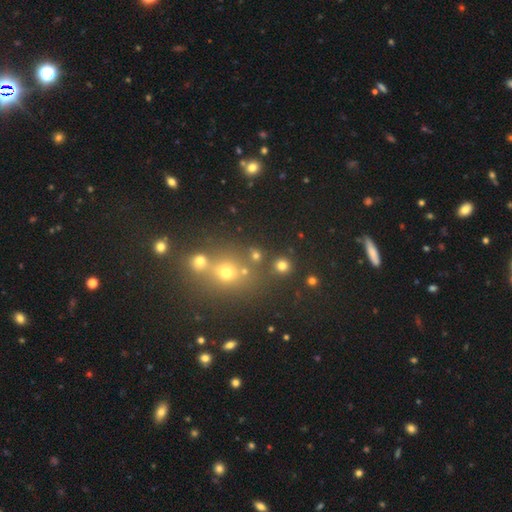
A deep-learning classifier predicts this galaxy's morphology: Smooth or featured? Predicted: smooth (p=0.71). How rounded? Predicted: round (p=0.87). Merging? Predicted: none (p=0.75).